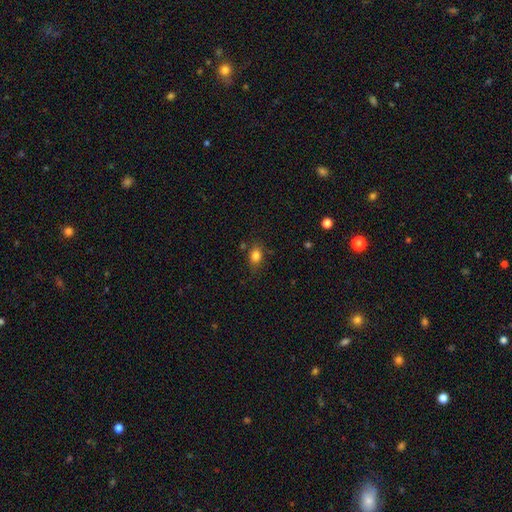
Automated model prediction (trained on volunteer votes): Smooth or featured?
  - smooth: 82% *
  - star or artifact: 11%
  - featured or disk: 7%
How rounded?
  - in between: 73% *
  - round: 25%
  - cigar-shaped: 2%
Merging?
  - none: 77% *
  - minor disturbance: 16%
  - major disturbance: 4%
  - merger: 3%